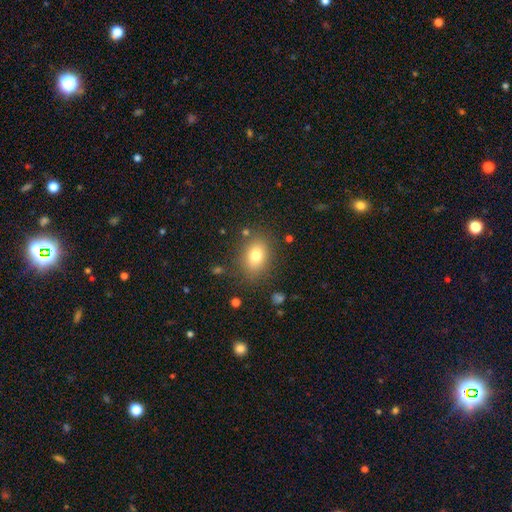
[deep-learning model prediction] A smooth galaxy with no disk features (77%) that is in between round and cigar-shaped (66%). Merging: none (81%).